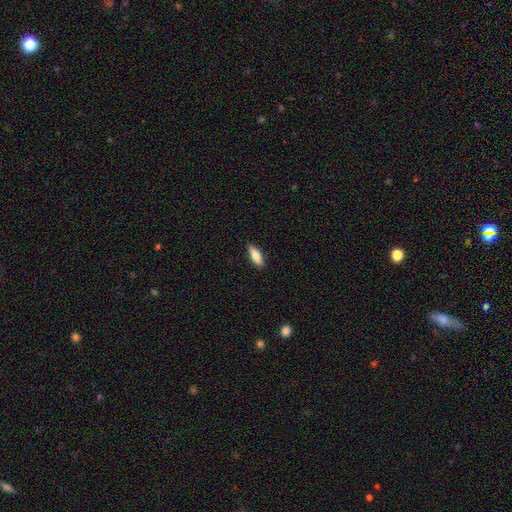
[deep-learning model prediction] Morphology: type=smooth (82%); roundness=in between (58%); merging=none (88%).